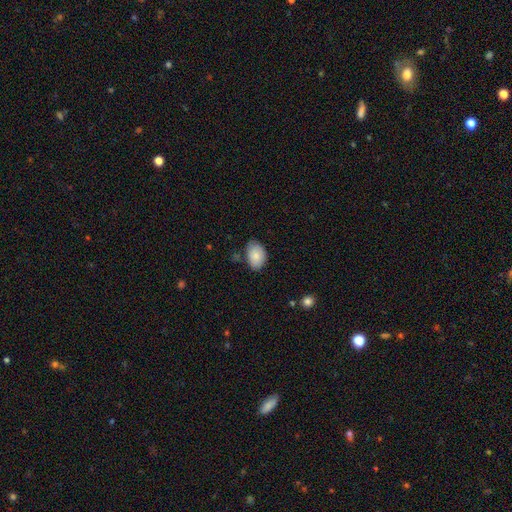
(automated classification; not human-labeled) This appears to be a smooth galaxy with no disk features (83%) that is in between round and cigar-shaped (86%). Merging: none (71%).